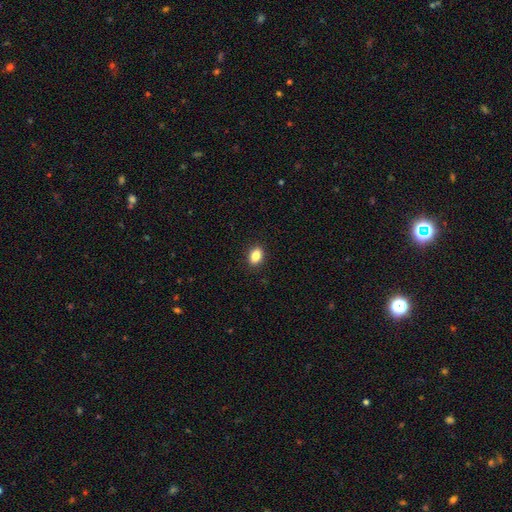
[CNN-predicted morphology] smooth 87%, star or artifact 9%, featured or disk 5%. Down the decision tree: how rounded — in between (82%); merging — none (90%).